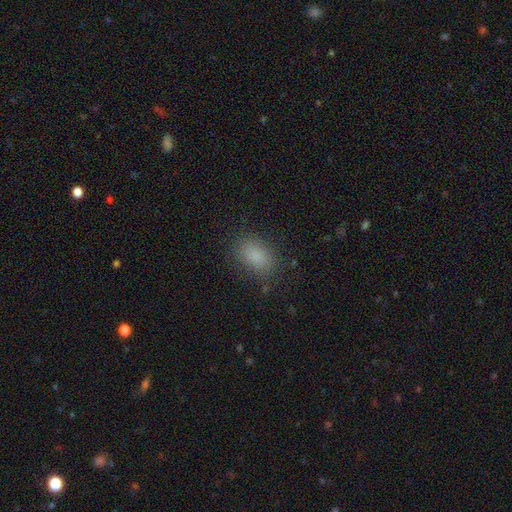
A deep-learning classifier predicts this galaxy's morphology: smooth 84%, star or artifact 11%, featured or disk 5%. Down the decision tree: how rounded — in between (85%); merging — none (82%).